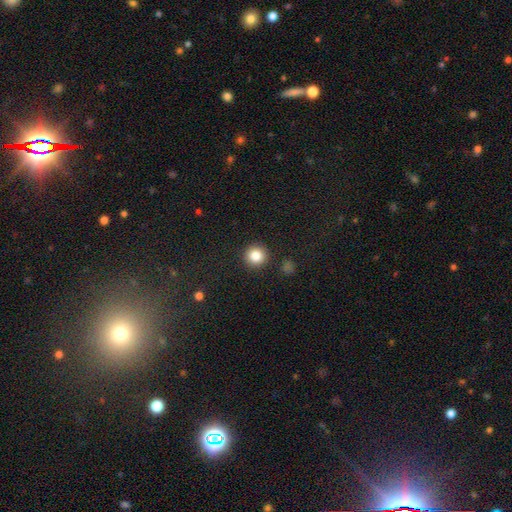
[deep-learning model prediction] The model was most divided on "smooth or featured": smooth: 83%, star or artifact: 10%, featured or disk: 6%. More confident: how rounded — round (95%); merging — none (91%).